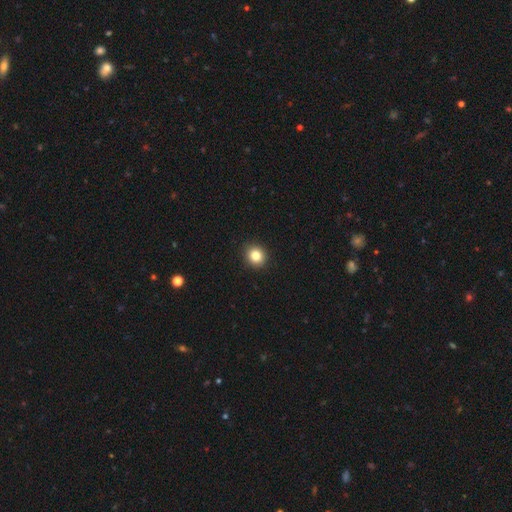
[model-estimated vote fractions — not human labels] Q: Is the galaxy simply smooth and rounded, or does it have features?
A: smooth — 83%.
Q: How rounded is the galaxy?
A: round — 84%.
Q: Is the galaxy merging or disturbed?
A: none — 92%.